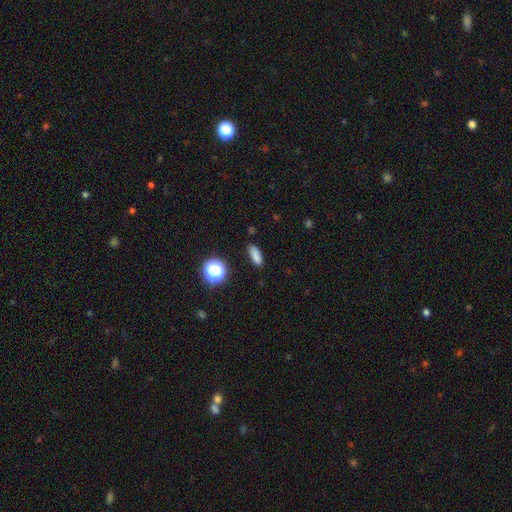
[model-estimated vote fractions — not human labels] smooth_or_featured: smooth (p=0.82) [alt: star or artifact p=0.13]
how_rounded: in between (p=0.63) [alt: cigar-shaped p=0.29]
merging: none (p=0.84) [alt: minor disturbance p=0.11]